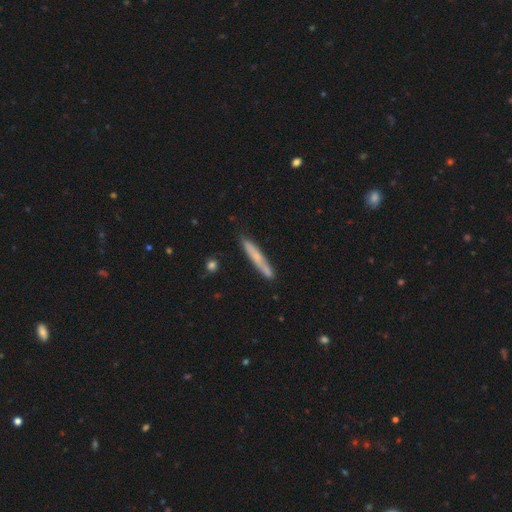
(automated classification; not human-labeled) smooth-or-featured: smooth: 62% | featured or disk: 32% | star or artifact: 6%
  how-rounded: cigar-shaped: 95% | in between: 4% | round: 1%
  merging: none: 81% | minor disturbance: 13% | merger: 4% | major disturbance: 2%